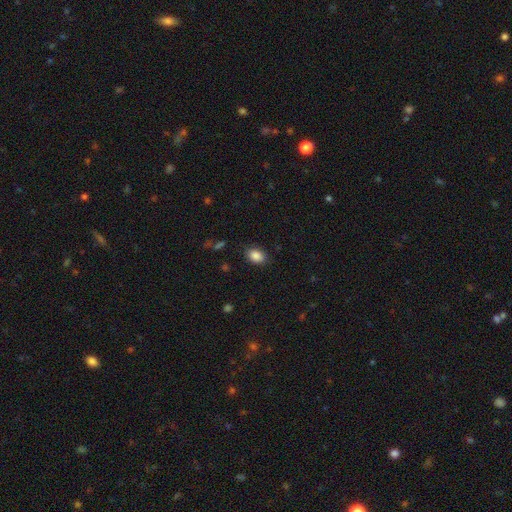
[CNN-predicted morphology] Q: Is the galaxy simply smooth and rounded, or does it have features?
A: smooth — 88%.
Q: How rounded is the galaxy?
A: in between — 79%.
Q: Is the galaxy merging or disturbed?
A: none — 85%.